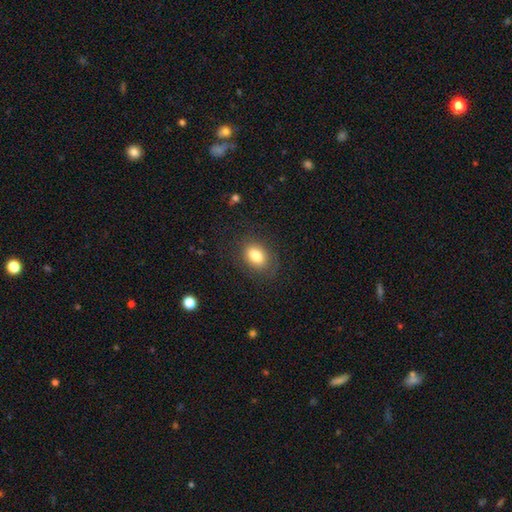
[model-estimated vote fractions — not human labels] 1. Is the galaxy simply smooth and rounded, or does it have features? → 81% smooth, 10% featured or disk, 8% star or artifact.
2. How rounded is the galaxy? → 83% in between, 15% round, 2% cigar-shaped.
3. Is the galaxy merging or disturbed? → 80% none, 14% minor disturbance, 5% major disturbance, 1% merger.